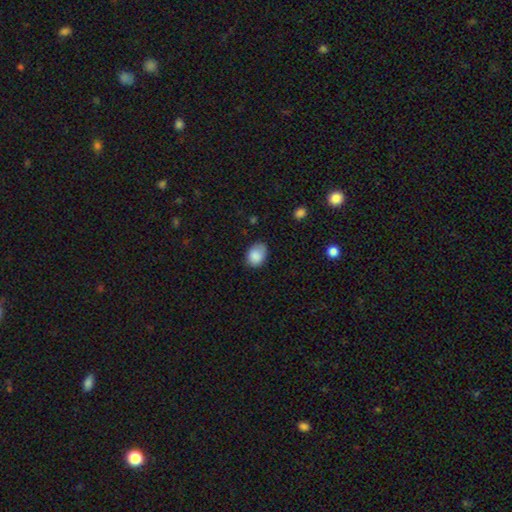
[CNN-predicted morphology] Q: Smooth or featured?
A: smooth (87%); runner-up: star or artifact (8%)
Q: How rounded?
A: in between (70%); runner-up: round (29%)
Q: Merging?
A: none (68%); runner-up: minor disturbance (25%)